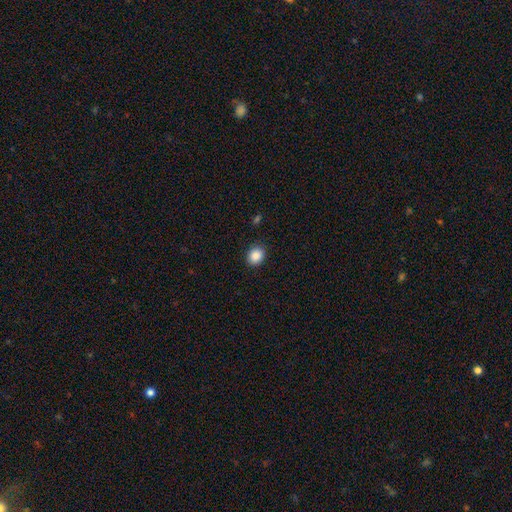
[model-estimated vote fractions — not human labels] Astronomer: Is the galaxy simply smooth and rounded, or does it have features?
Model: smooth — 88%.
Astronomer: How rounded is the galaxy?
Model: round — 58% (runner-up: in between, 41%).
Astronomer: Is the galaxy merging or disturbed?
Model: none — 88%.